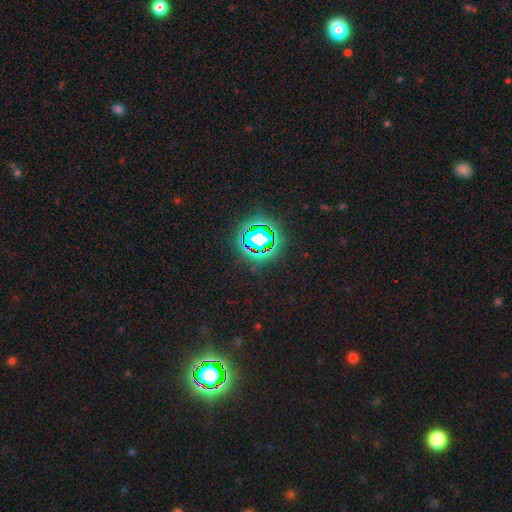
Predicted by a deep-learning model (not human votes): This is clearly a star or artifact rather than a galaxy (81%).